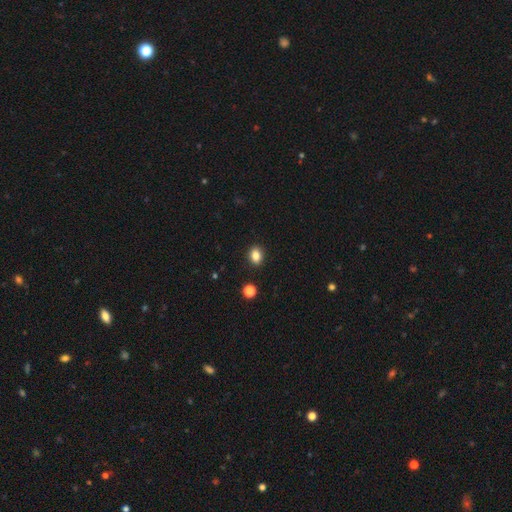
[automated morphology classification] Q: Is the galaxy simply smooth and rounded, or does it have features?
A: smooth — 85%.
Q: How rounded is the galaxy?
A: in between — 60%.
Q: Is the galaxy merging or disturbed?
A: none — 90%.